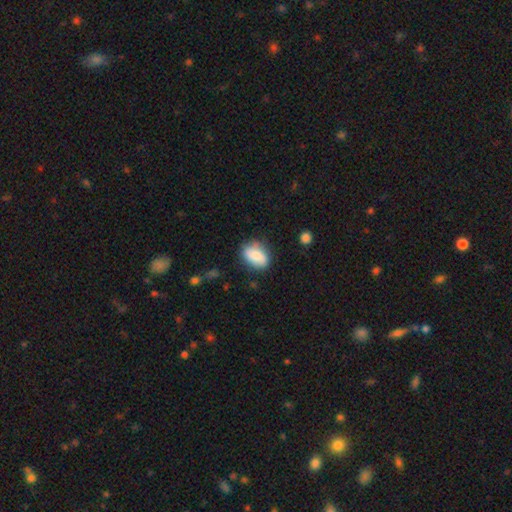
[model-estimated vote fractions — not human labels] Overall: smooth (76%). How rounded: in between (80%). Merging: none (72%).